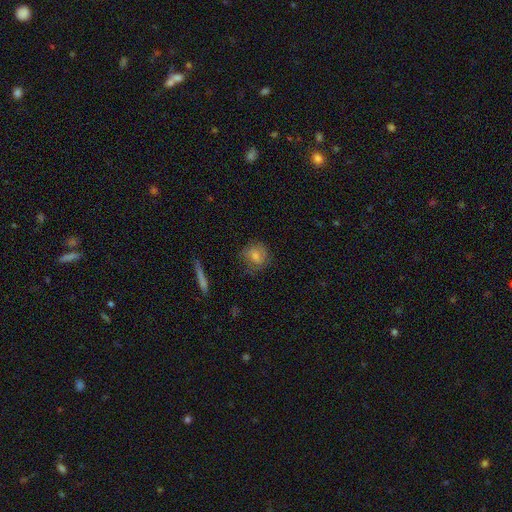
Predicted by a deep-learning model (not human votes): A smooth galaxy with no disk features (73%) that is round (72%). Merging: none (68%).